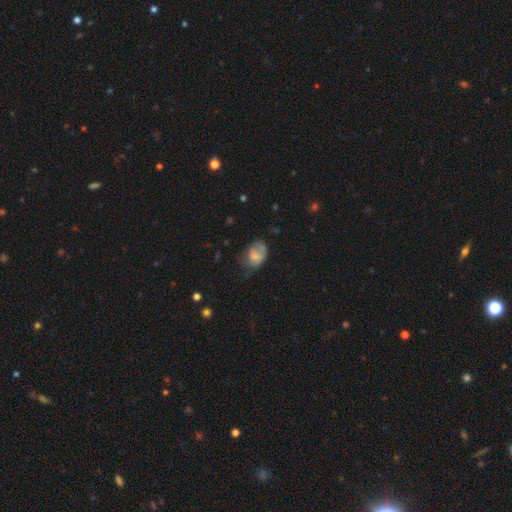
Q: Smooth or featured?
A: smooth (76%); runner-up: featured or disk (24%)
Q: How rounded?
A: in between (76%); runner-up: round (24%)
Q: Merging?
A: minor disturbance (34%); runner-up: major disturbance (29%)